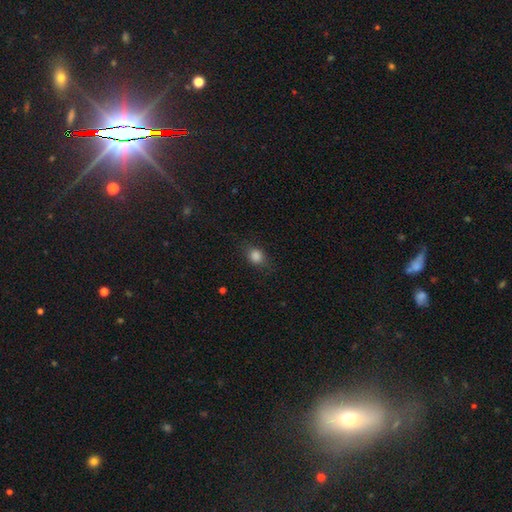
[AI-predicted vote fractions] Smooth or featured: smooth — 84% (star or artifact — 11%)
How rounded: round — 52% (in between — 46%)
Merging: none — 78% (minor disturbance — 16%)